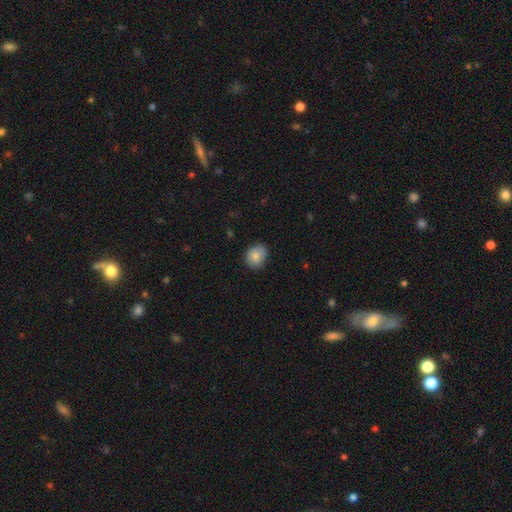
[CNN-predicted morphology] This appears to be a smooth galaxy with no disk features (82%) that is round (66%). Merging: none (72%).